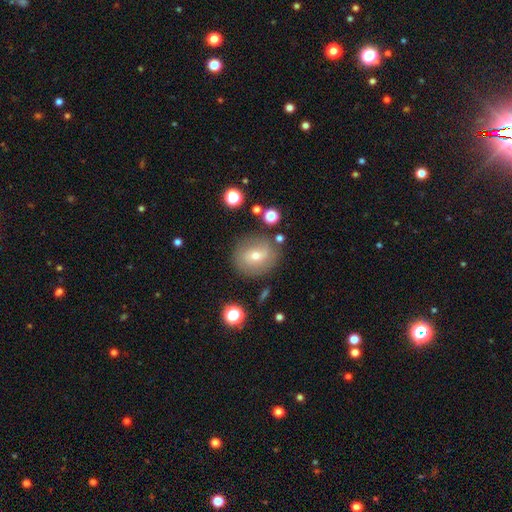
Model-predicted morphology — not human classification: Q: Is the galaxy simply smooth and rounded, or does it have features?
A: smooth — 54%.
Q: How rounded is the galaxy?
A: round — 82%.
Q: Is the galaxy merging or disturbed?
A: none — 77%.